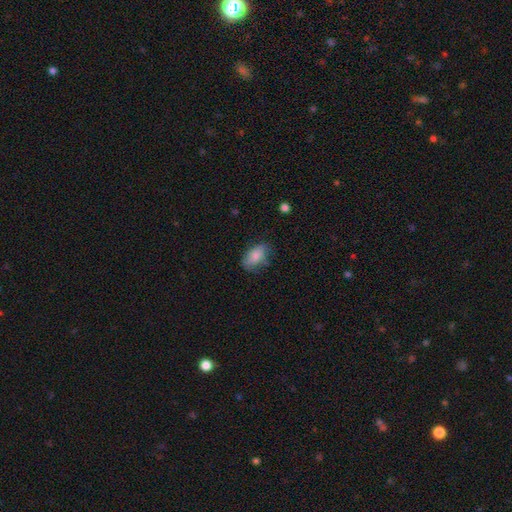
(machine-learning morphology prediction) Overall: smooth (79%). How rounded: in between (90%). Merging: none (59%; minor disturbance 29%).